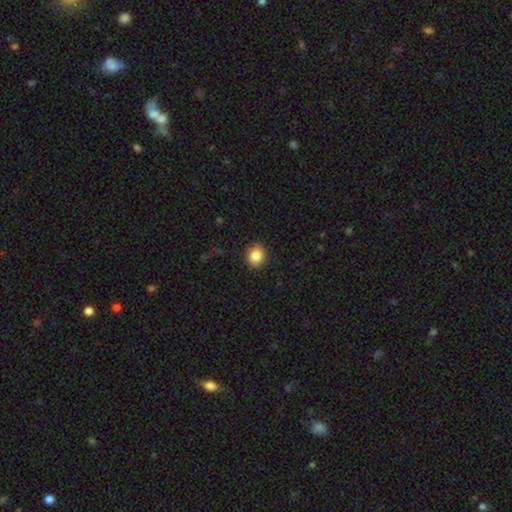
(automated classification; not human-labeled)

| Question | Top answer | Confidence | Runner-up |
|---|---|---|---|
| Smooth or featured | smooth | 85% | star or artifact (9%) |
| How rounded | round | 70% | in between (29%) |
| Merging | none | 88% | minor disturbance (9%) |